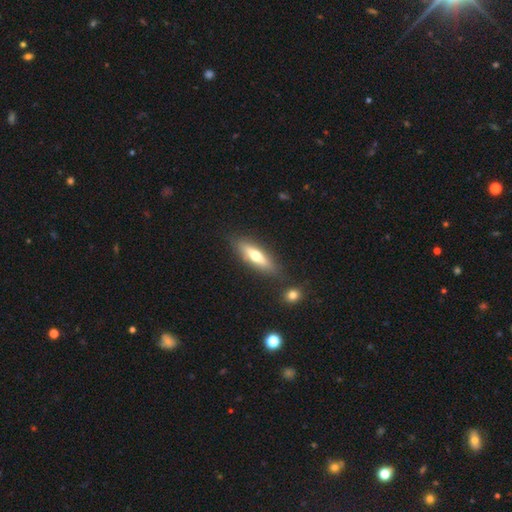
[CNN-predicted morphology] Overall: smooth (50%; featured or disk 44%). Merging: none (82%).